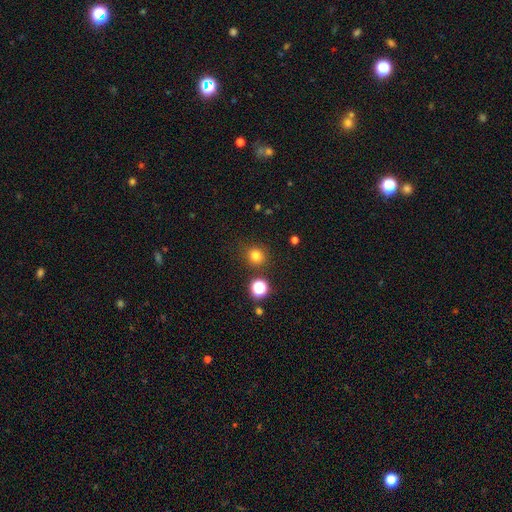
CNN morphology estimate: smooth-or-featured: smooth: 78% | star or artifact: 17% | featured or disk: 5%
  how-rounded: round: 91% | in between: 8% | cigar-shaped: 1%
  merging: none: 85% | minor disturbance: 8% | merger: 4% | major disturbance: 3%